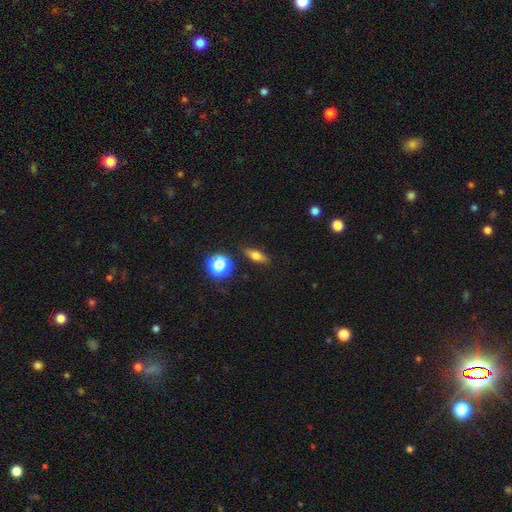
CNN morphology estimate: smooth_or_featured: smooth (p=0.60) [alt: featured or disk p=0.27]
how_rounded: in between (p=0.52) [alt: cigar-shaped p=0.36]
merging: none (p=0.87) [alt: minor disturbance p=0.09]